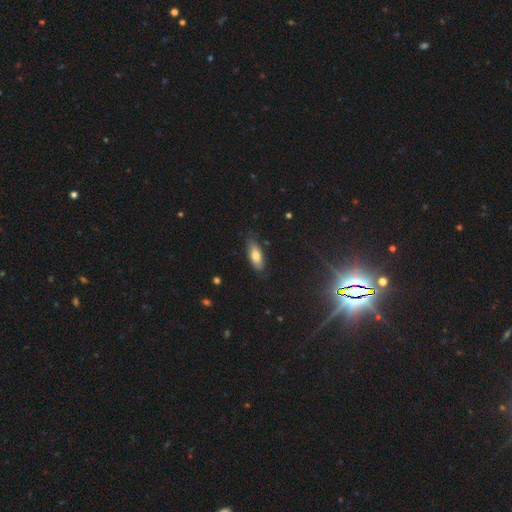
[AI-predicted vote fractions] Smooth or featured?
  - smooth: 76% *
  - featured or disk: 17%
  - star or artifact: 7%
How rounded?
  - in between: 74% *
  - cigar-shaped: 24%
  - round: 2%
Merging?
  - none: 80% *
  - minor disturbance: 16%
  - major disturbance: 3%
  - merger: 1%